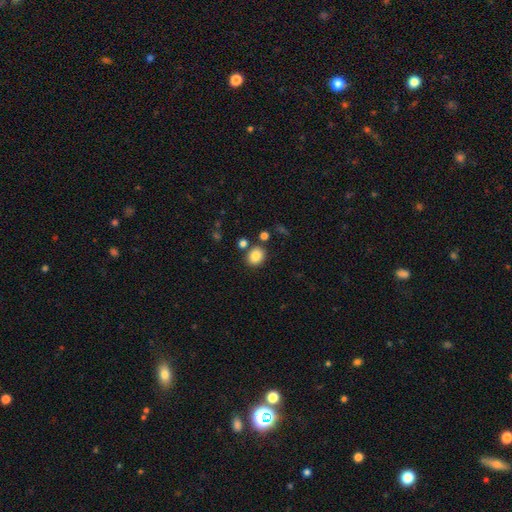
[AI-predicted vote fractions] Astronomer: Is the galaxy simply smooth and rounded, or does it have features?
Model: smooth — 84%.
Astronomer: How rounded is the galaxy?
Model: round — 63%.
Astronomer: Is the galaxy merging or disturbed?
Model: none — 79%.